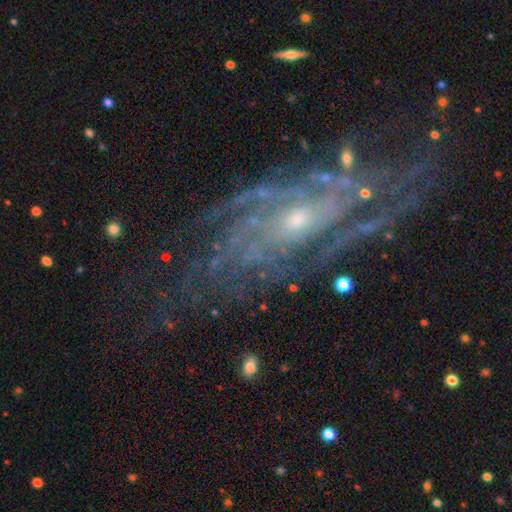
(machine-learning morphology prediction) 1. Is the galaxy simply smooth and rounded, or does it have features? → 86% featured or disk, 8% star or artifact, 6% smooth.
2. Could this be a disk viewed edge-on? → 92% no, 8% yes.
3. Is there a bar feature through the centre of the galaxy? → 70% no, 23% weak, 7% strong.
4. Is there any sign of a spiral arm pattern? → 94% yes, 6% no.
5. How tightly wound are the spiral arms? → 58% tight, 31% medium, 11% loose.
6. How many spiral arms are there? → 37% can't tell, 15% 2, 15% 4, 15% 3, 11% more than 4, 7% 1.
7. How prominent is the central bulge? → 60% small, 35% moderate, 2% large, 2% none, 1% dominant.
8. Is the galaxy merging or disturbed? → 66% none, 18% minor disturbance, 14% major disturbance, 3% merger.